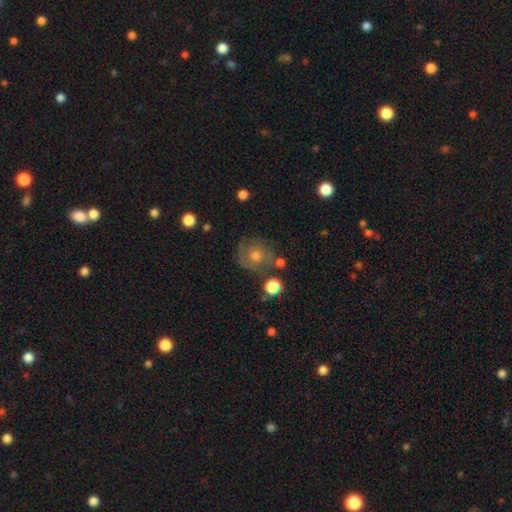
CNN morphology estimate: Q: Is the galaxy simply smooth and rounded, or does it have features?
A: featured or disk — 50%.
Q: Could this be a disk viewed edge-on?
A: no — 96%.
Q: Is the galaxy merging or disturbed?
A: none — 71%.